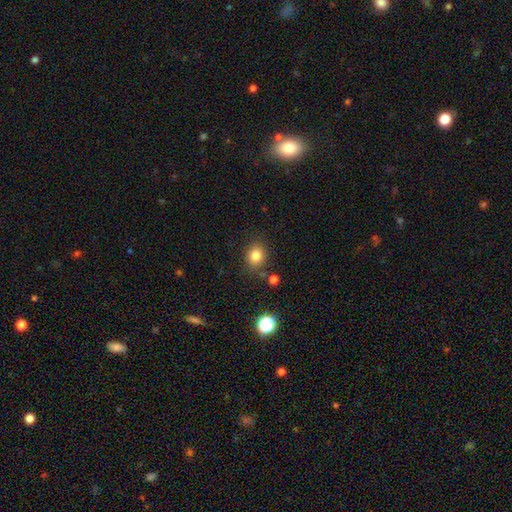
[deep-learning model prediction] Smooth or featured? smooth (82%)
How rounded? round (68%)
Merging? none (81%)